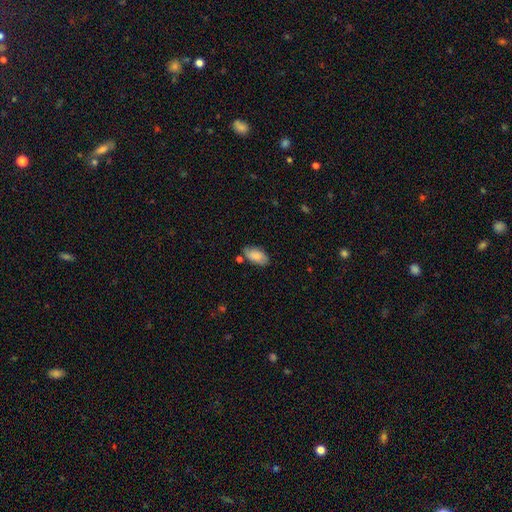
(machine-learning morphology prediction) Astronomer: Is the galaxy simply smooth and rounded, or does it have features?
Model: smooth — 78%.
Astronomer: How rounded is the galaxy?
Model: in between — 94%.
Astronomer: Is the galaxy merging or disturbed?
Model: none — 71%.